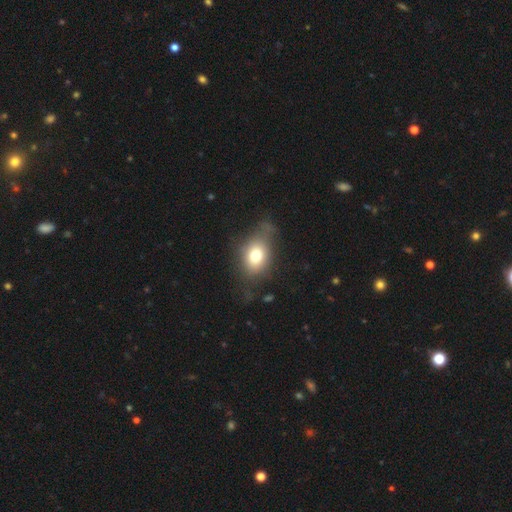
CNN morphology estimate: Smooth or featured?
  - smooth: 71% *
  - featured or disk: 18%
  - star or artifact: 11%
How rounded?
  - in between: 66% *
  - round: 32%
  - cigar-shaped: 2%
Merging?
  - none: 49% *
  - minor disturbance: 30%
  - major disturbance: 19%
  - merger: 3%